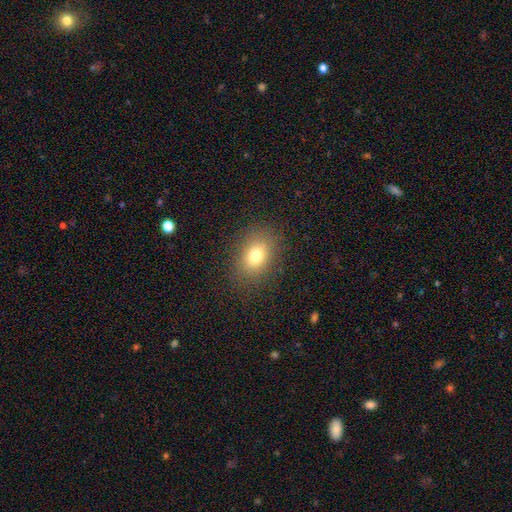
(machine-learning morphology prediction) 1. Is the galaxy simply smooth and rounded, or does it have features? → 77% smooth, 13% star or artifact, 11% featured or disk.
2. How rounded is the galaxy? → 72% in between, 26% round, 2% cigar-shaped.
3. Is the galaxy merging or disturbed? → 86% none, 9% minor disturbance, 4% major disturbance, 1% merger.